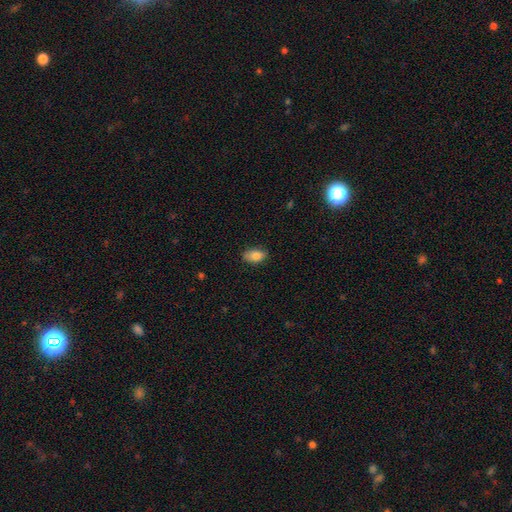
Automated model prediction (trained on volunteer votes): Morphology: type=smooth (83%); roundness=in between (89%); merging=none (80%).